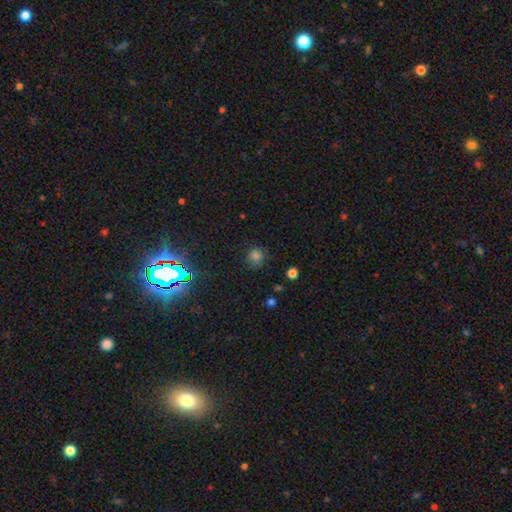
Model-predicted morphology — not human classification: This appears to be a smooth galaxy with no disk features (77%) that is round (89%). Merging: none (78%).